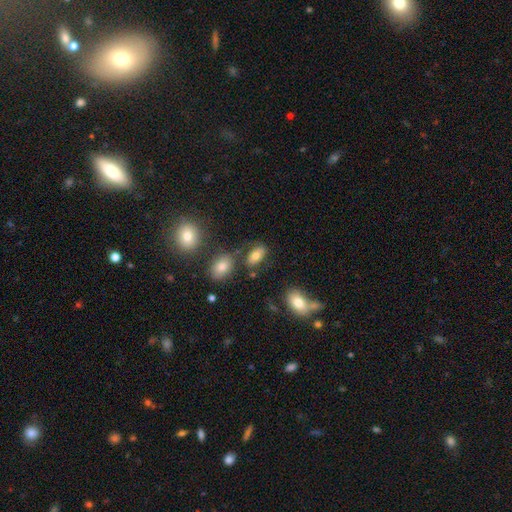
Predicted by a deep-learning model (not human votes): Smooth or featured? Predicted: smooth (p=0.76). How rounded? Predicted: in between (p=0.90). Merging? Predicted: none (p=0.73).